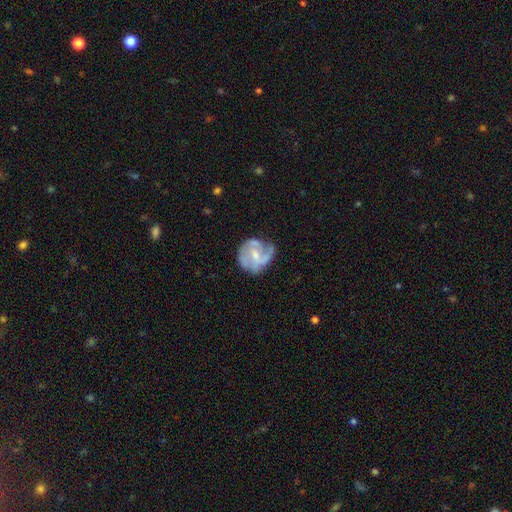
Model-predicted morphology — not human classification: This appears to be a featured or disk galaxy (69%) with no bar (45%), 2 (32%) medium (44%) spiral arms (77%) and a small central bulge (45%). Merging: none (51%).